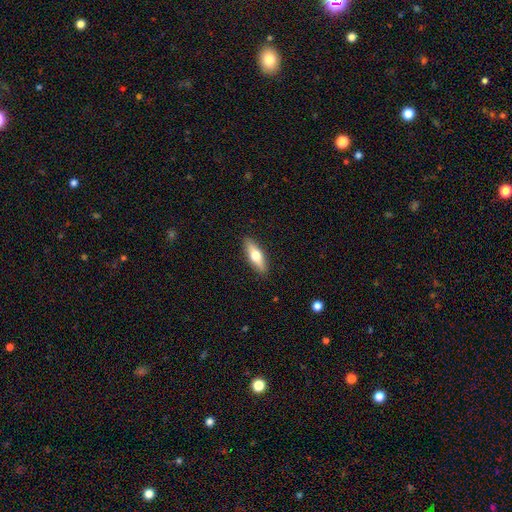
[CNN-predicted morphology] A smooth galaxy with no disk features (58%) that is cigar-shaped (50%). Merging: none (89%).